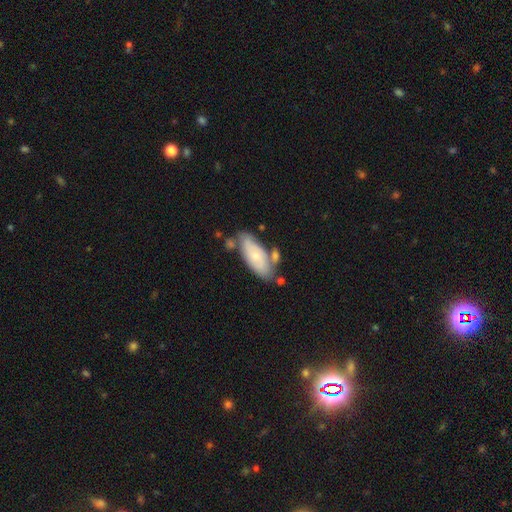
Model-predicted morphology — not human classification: This appears to be a smooth galaxy with no disk features (61%) that is in between round and cigar-shaped (81%). Merging: none (60%).